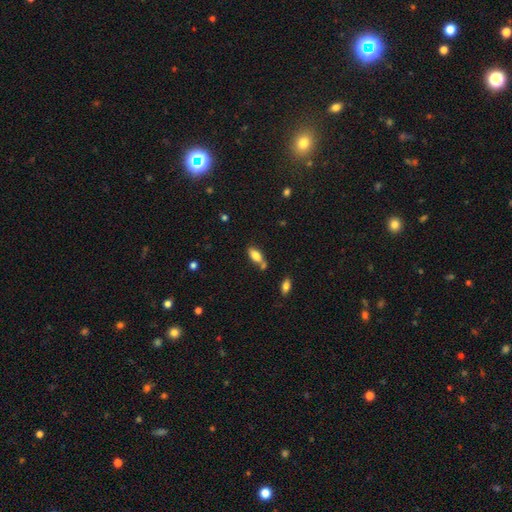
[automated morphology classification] This is likely a smooth galaxy (78%). How rounded: clearly in between (85%). Merging: likely none (60%).